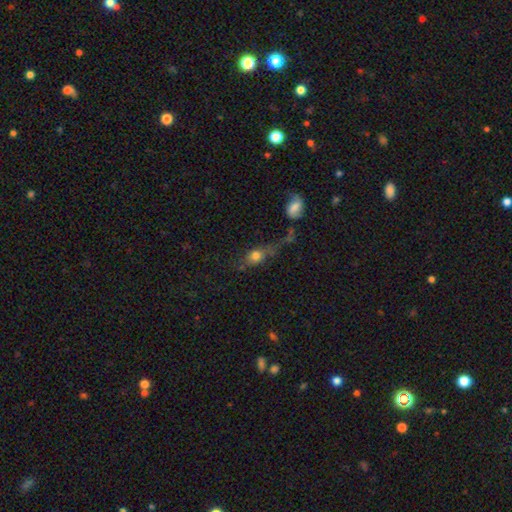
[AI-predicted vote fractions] Smooth or featured: smooth — 66% (featured or disk — 20%)
How rounded: in between — 51% (round — 34%)
Merging: none — 40% (major disturbance — 21%)